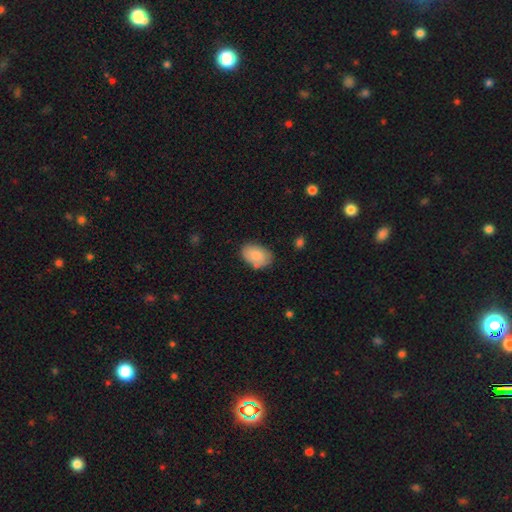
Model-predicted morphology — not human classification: Overall: smooth (84%). How rounded: in between (88%). Merging: none (75%).